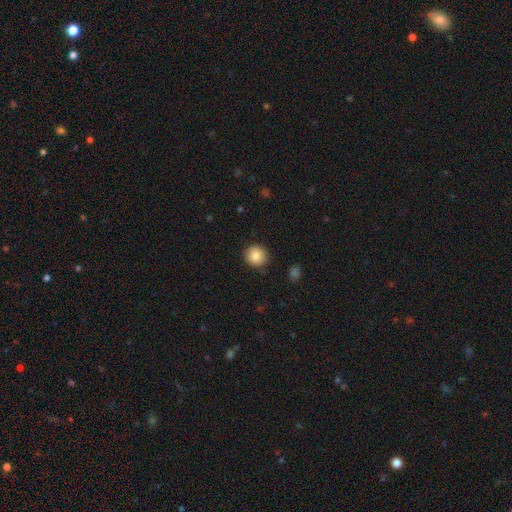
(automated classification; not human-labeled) Smooth or featured?
  - smooth: 86% *
  - star or artifact: 9%
  - featured or disk: 5%
How rounded?
  - round: 90% *
  - in between: 9%
  - cigar-shaped: 1%
Merging?
  - none: 88% *
  - minor disturbance: 9%
  - major disturbance: 2%
  - merger: 1%